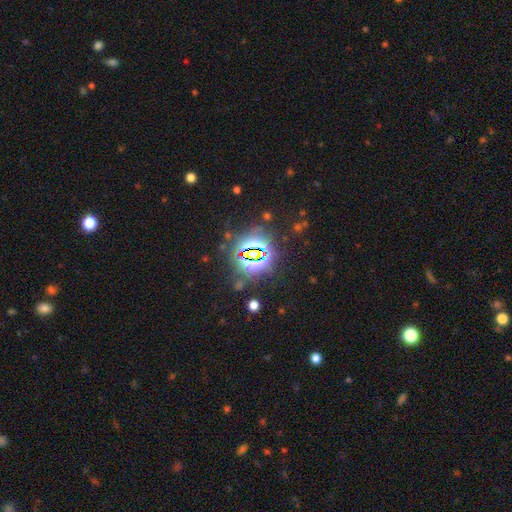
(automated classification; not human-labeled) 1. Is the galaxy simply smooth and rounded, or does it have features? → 77% star or artifact, 15% smooth, 8% featured or disk.